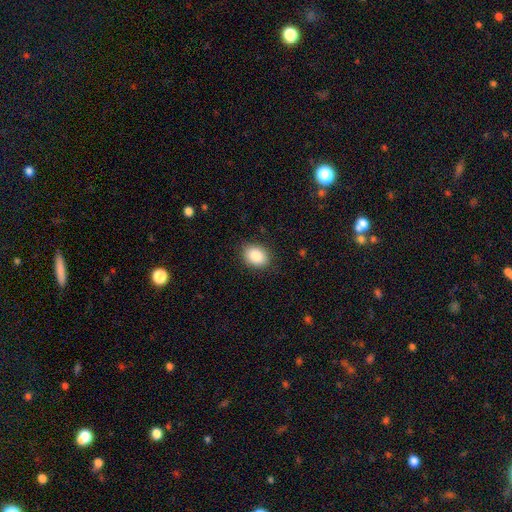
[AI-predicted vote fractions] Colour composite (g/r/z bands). It shows a smooth galaxy with no disk features (87%) that is in between round and cigar-shaped (68%). Merging: none (86%).